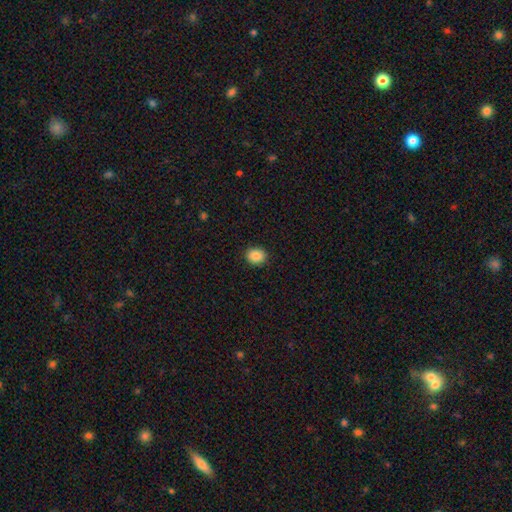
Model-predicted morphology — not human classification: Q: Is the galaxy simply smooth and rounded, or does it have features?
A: smooth — 88%.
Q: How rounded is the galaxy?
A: round — 73%.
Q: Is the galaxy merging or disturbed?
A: none — 90%.